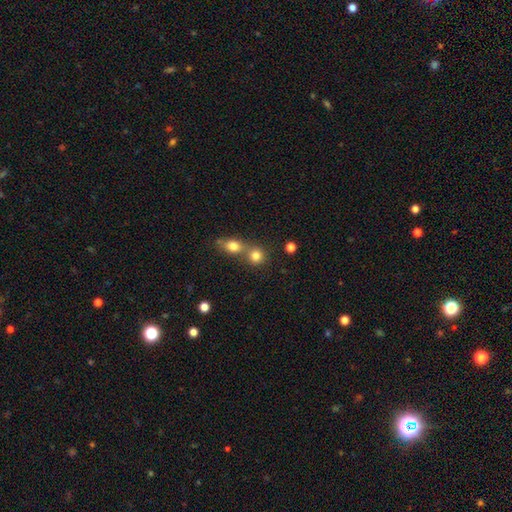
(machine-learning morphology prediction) smooth 80%, star or artifact 11%, featured or disk 8%. Down the decision tree: how rounded — round (83%); merging — none (46%).